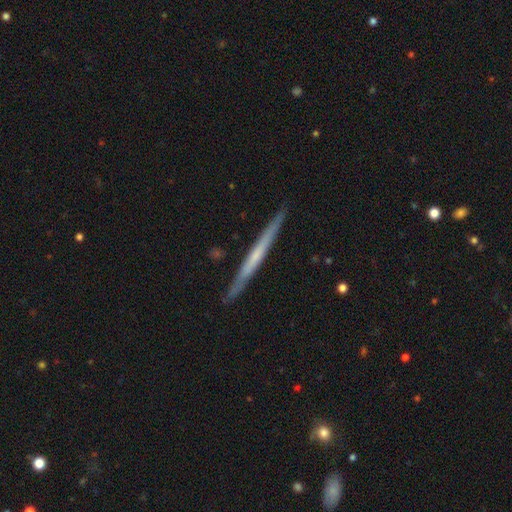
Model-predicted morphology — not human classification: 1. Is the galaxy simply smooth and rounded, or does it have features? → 59% featured or disk, 36% smooth, 5% star or artifact.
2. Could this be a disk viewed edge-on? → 97% yes, 3% no.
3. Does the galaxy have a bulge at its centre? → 78% none, 17% rounded, 5% boxy.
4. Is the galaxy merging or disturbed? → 91% none, 7% minor disturbance, 1% major disturbance, 1% merger.